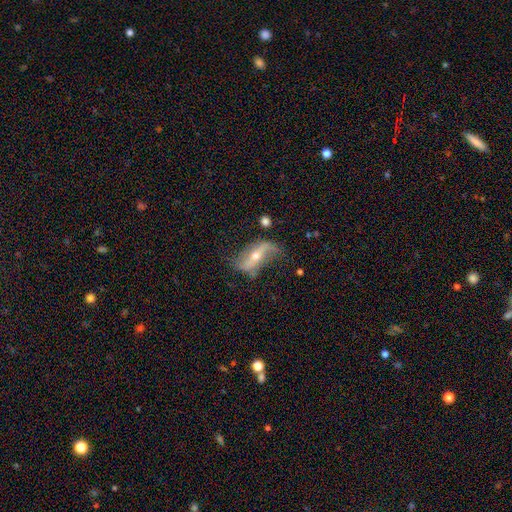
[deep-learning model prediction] A featured or disk galaxy (81%) with a strong bar (43%), 2 (89%) loose (86%) spiral arms (88%) and a moderate central bulge (49%).

Vote fractions:
- Smooth or featured? featured or disk: 81% / smooth: 13% / star or artifact: 7%
- Edge-on disk? no: 89% / yes: 11%
- Bar? strong: 43% / no: 31% / weak: 26%
- Spiral arms? yes: 88% / no: 12%
- Spiral winding? loose: 86% / medium: 10% / tight: 4%
- Spiral arm count? 2: 89% / 1: 5% / can't tell: 4% / 3: 1% / 4: 1% / more than 4: 1%
- Bulge size? moderate: 49% / small: 47% / large: 2% / none: 1% / dominant: 1%
- Merging? none: 62% / minor disturbance: 23% / major disturbance: 12% / merger: 3%